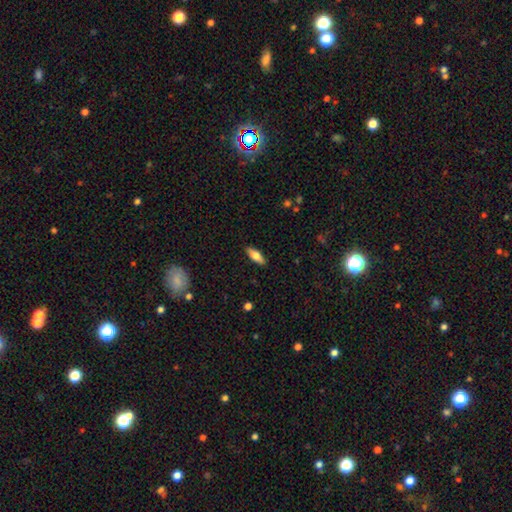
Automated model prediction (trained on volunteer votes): Morphology: type=smooth (69%); roundness=in between (70%); merging=none (89%).